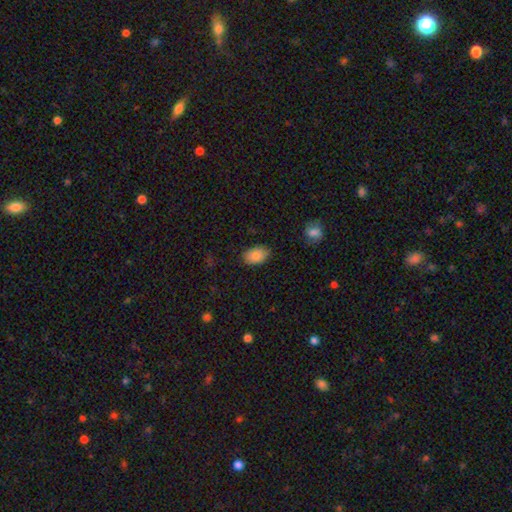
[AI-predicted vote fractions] A smooth galaxy with no disk features (87%) that is in between round and cigar-shaped (88%).

Vote fractions:
- Smooth or featured? smooth: 87% / star or artifact: 8% / featured or disk: 5%
- How rounded? in between: 88% / round: 11% / cigar-shaped: 1%
- Merging? none: 82% / minor disturbance: 14% / major disturbance: 3% / merger: 1%